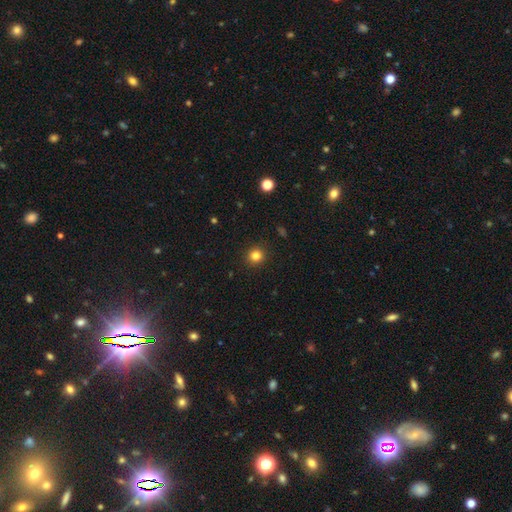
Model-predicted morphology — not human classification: type=smooth (82%); roundness=round (92%); merging=none (92%).